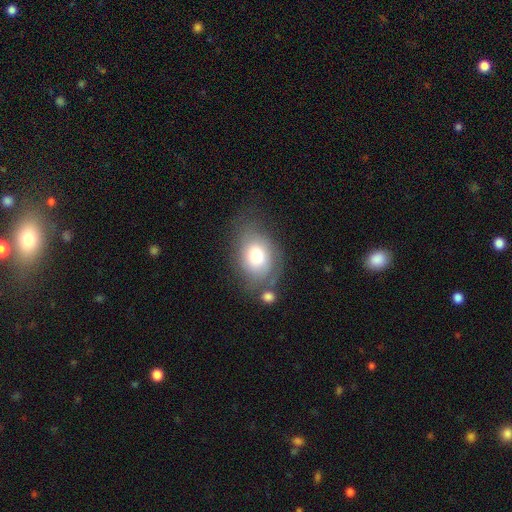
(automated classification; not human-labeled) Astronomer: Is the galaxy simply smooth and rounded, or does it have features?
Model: smooth — 70%.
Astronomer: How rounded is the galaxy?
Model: in between — 72%.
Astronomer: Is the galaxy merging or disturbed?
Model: none — 52%.